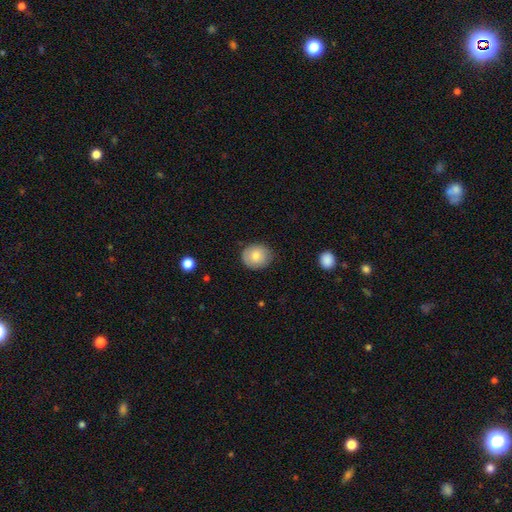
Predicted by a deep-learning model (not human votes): smooth-or-featured: smooth: 74% | featured or disk: 17% | star or artifact: 8%
  how-rounded: round: 75% | in between: 24% | cigar-shaped: 1%
  merging: none: 81% | minor disturbance: 15% | major disturbance: 3% | merger: 1%